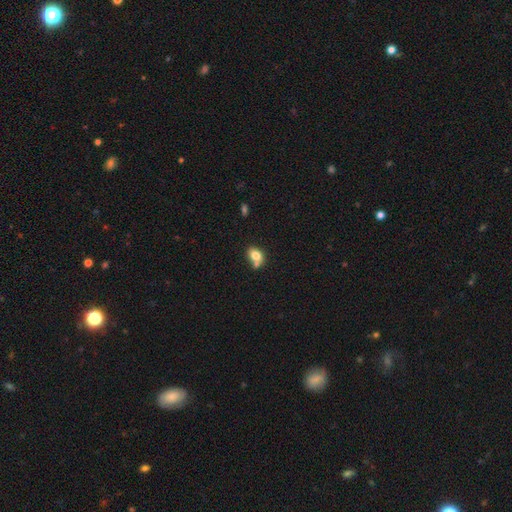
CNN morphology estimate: Smooth or featured?
  - smooth: 78% *
  - featured or disk: 13%
  - star or artifact: 9%
How rounded?
  - in between: 66% *
  - round: 33%
  - cigar-shaped: 1%
Merging?
  - none: 45% *
  - merger: 33%
  - minor disturbance: 17%
  - major disturbance: 5%